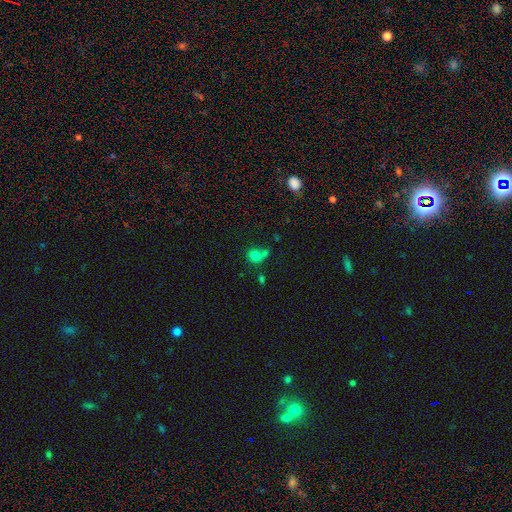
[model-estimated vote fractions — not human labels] smooth_or_featured: smooth (p=0.75) [alt: star or artifact p=0.14]
how_rounded: round (p=0.78) [alt: in between p=0.21]
merging: none (p=0.47) [alt: merger p=0.35]